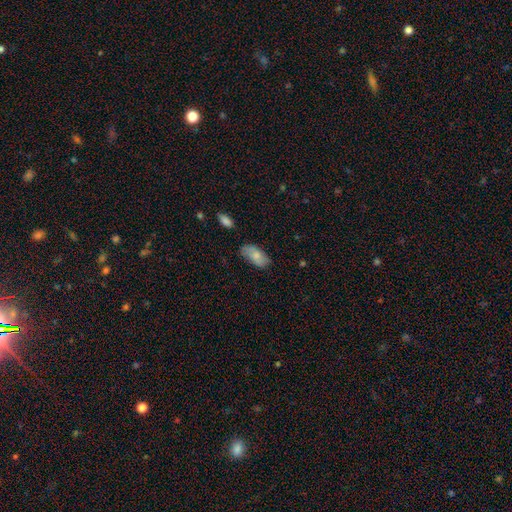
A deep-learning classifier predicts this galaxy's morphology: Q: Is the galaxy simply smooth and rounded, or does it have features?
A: smooth — 75%.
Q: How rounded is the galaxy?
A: in between — 93%.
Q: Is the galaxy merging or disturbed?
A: none — 69%.